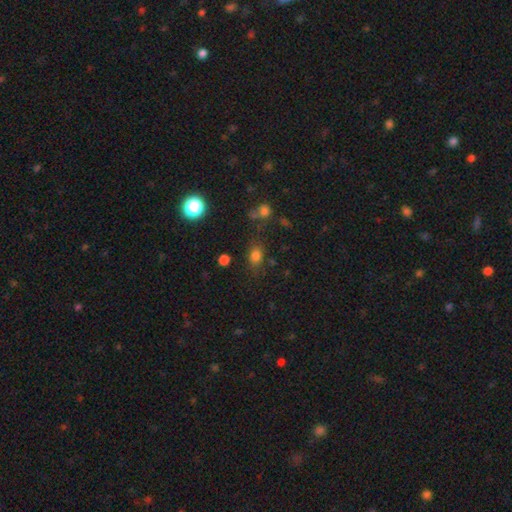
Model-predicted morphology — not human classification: A smooth galaxy with no disk features (76%) that is in between round and cigar-shaped (61%).

Vote fractions:
- Smooth or featured? smooth: 76% / star or artifact: 17% / featured or disk: 7%
- How rounded? in between: 61% / round: 36% / cigar-shaped: 3%
- Merging? none: 71% / minor disturbance: 15% / major disturbance: 7% / merger: 6%